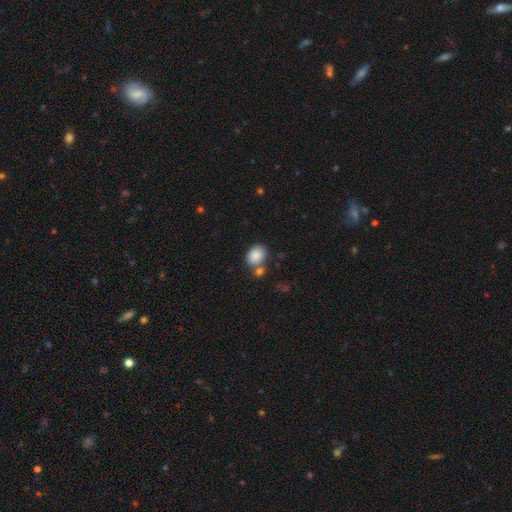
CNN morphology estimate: Smooth or featured?
  - smooth: 86% *
  - star or artifact: 8%
  - featured or disk: 6%
How rounded?
  - in between: 68% *
  - round: 31%
  - cigar-shaped: 1%
Merging?
  - none: 58% *
  - merger: 24%
  - minor disturbance: 13%
  - major disturbance: 4%